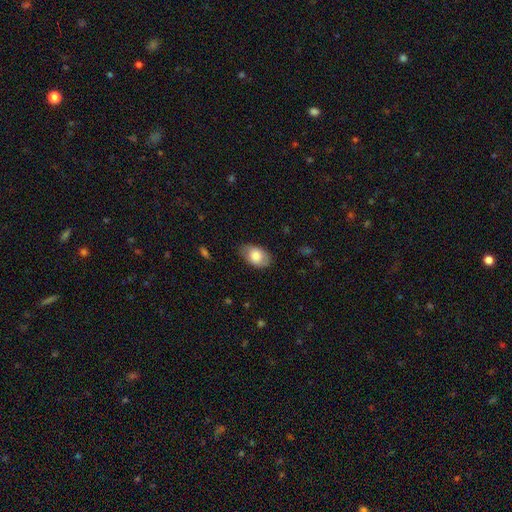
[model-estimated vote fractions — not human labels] Morphology: type=smooth (77%); roundness=in between (89%); merging=none (74%).